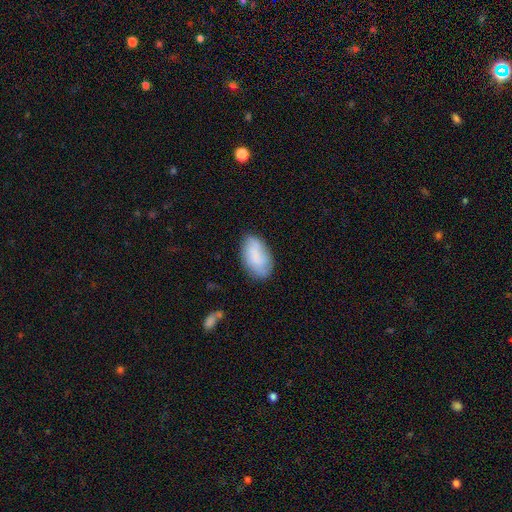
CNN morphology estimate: Smooth or featured? smooth (76%)
How rounded? in between (94%)
Merging? none (70%)